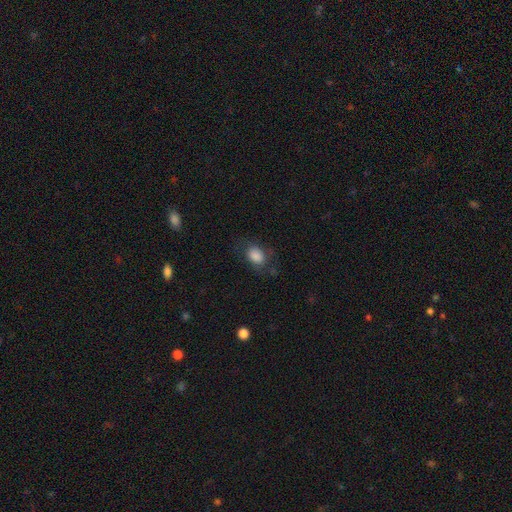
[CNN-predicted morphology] A smooth galaxy with no disk features (82%) that is in between round and cigar-shaped (72%).

Vote fractions:
- Smooth or featured? smooth: 82% / featured or disk: 9% / star or artifact: 8%
- How rounded? in between: 72% / round: 27% / cigar-shaped: 1%
- Merging? none: 64% / minor disturbance: 21% / major disturbance: 13% / merger: 2%